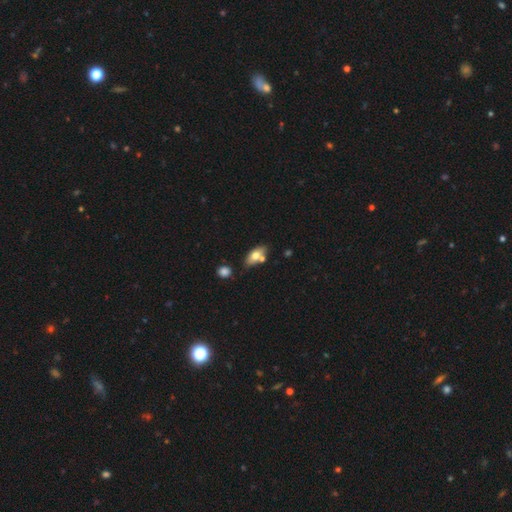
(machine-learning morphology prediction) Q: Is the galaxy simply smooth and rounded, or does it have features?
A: smooth — 67%.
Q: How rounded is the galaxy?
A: in between — 84%.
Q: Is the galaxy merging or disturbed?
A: none — 63%.